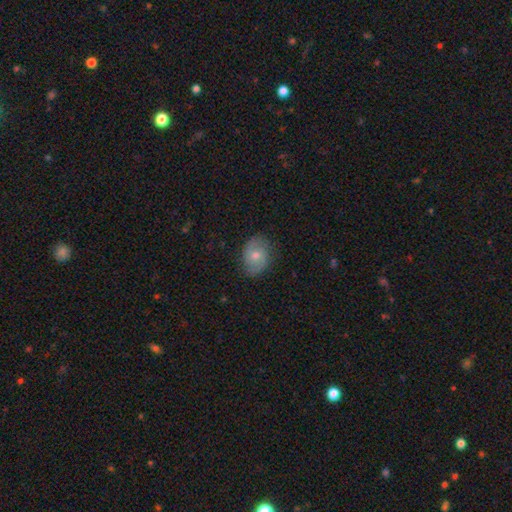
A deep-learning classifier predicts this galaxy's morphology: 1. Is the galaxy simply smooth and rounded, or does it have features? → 50% smooth, 43% featured or disk, 7% star or artifact.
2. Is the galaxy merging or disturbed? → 78% none, 17% minor disturbance, 4% major disturbance, 1% merger.